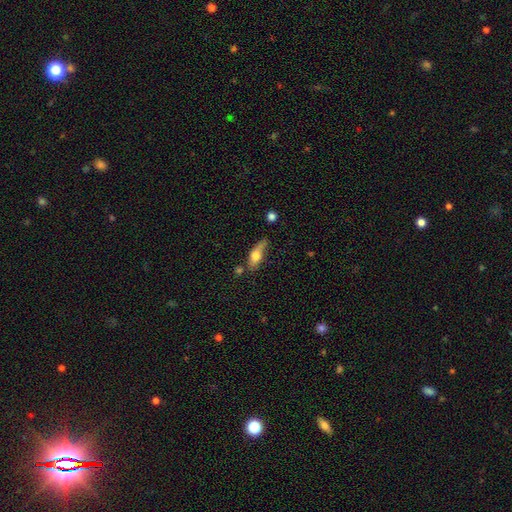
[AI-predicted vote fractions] Smooth or featured? smooth (64%)
How rounded? in between (55%)
Merging? none (49%)